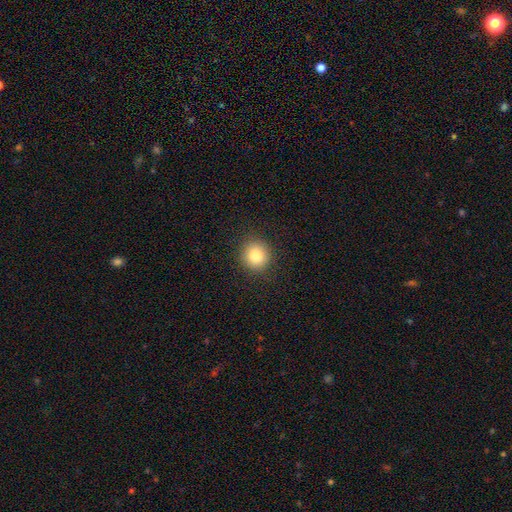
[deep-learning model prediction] A smooth galaxy with no disk features (82%) that is round (90%). Merging: none (91%).